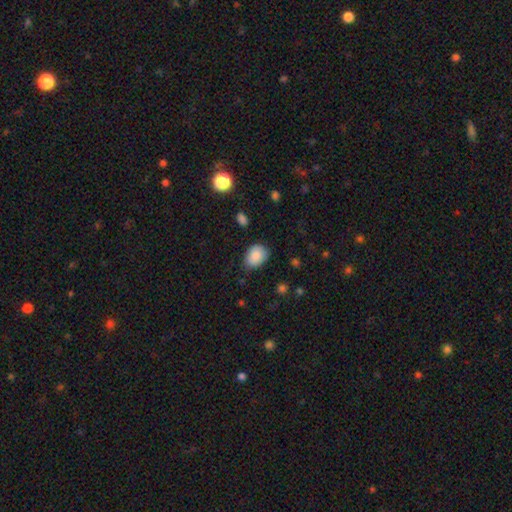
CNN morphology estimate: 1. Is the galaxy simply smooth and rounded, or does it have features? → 86% smooth, 8% star or artifact, 6% featured or disk.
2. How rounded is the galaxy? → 75% in between, 24% round, 1% cigar-shaped.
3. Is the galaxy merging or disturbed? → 74% none, 21% minor disturbance, 4% major disturbance, 1% merger.